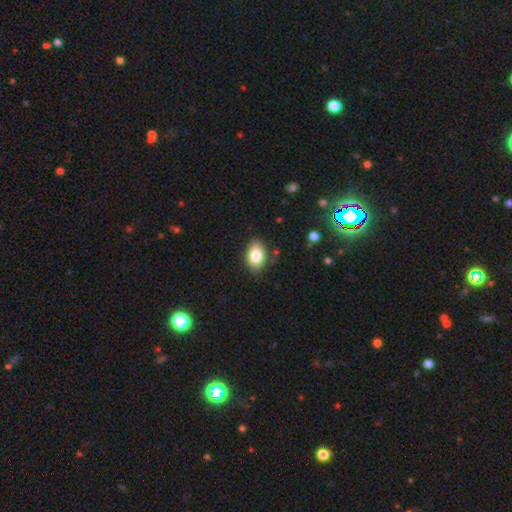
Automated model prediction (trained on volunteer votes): This is clearly a smooth galaxy (83%). How rounded: clearly in between (86%). Merging: clearly none (82%).